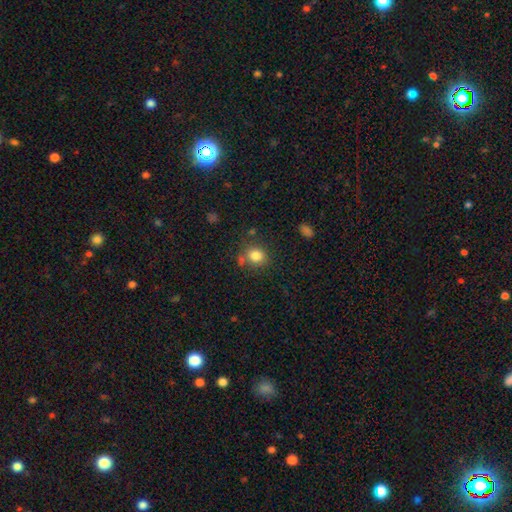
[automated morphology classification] This is clearly a smooth galaxy (82%). How rounded: likely round (75%). Merging: likely none (72%).